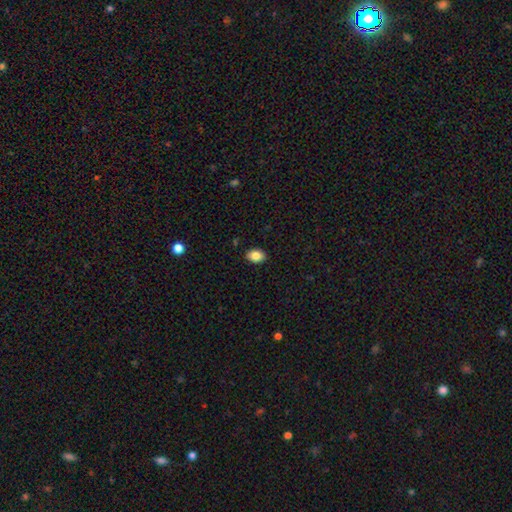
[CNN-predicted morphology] Overall: smooth (85%). How rounded: in between (78%). Merging: none (89%).